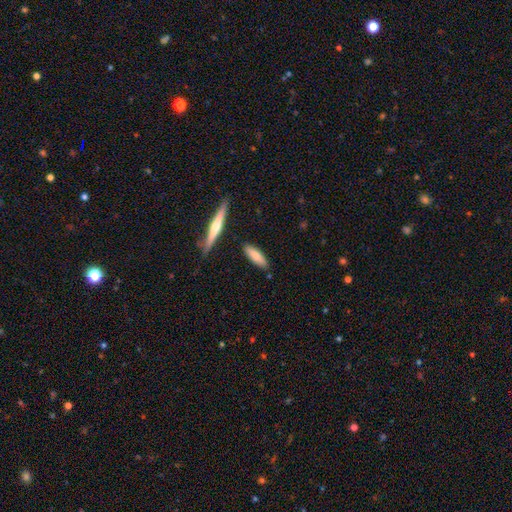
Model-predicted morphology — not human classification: A smooth galaxy with no disk features (76%) that is cigar-shaped (54%). Merging: none (82%).